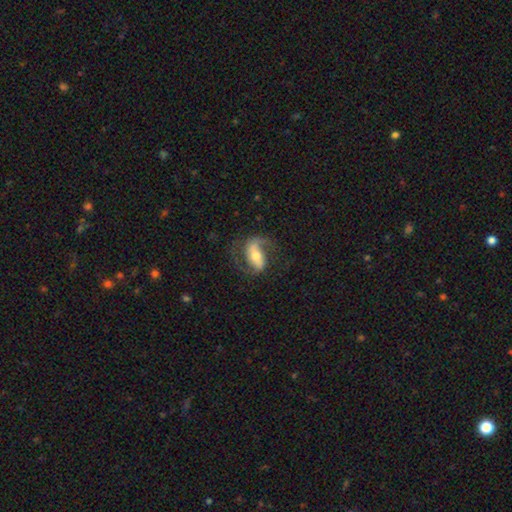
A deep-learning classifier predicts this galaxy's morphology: Q: Smooth or featured?
A: featured or disk (79%); runner-up: smooth (15%)
Q: Edge-on disk?
A: no (95%); runner-up: yes (5%)
Q: Bar?
A: strong (44%); runner-up: weak (33%)
Q: Spiral arms?
A: yes (93%); runner-up: no (7%)
Q: Spiral winding?
A: medium (46%); runner-up: loose (41%)
Q: Spiral arm count?
A: 2 (83%); runner-up: 1 (10%)
Q: Bulge size?
A: moderate (63%); runner-up: small (22%)
Q: Merging?
A: none (67%); runner-up: minor disturbance (16%)